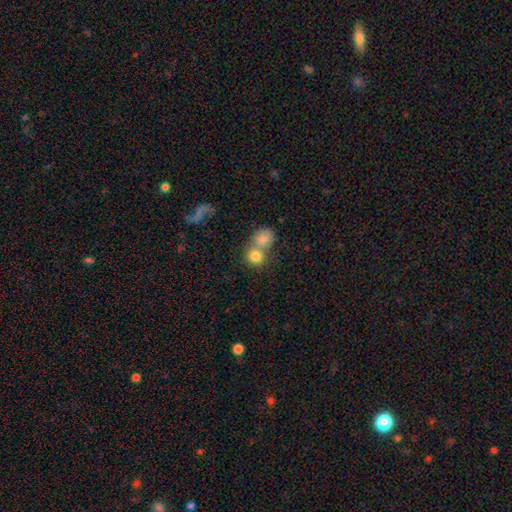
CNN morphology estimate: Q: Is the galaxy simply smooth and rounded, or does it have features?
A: smooth — 80%.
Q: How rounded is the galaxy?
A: round — 80%.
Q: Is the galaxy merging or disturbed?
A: merger — 56%.